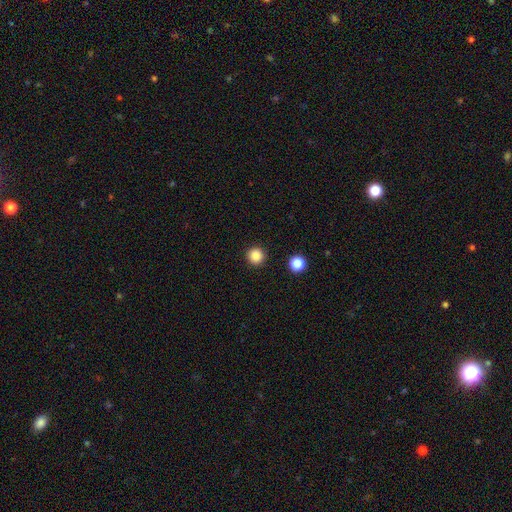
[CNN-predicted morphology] A smooth galaxy with no disk features (86%) that is round (96%).

Vote fractions:
- Smooth or featured? smooth: 86% / star or artifact: 11% / featured or disk: 3%
- How rounded? round: 96% / in between: 3% / cigar-shaped: 1%
- Merging? none: 93% / minor disturbance: 4% / major disturbance: 2% / merger: 1%